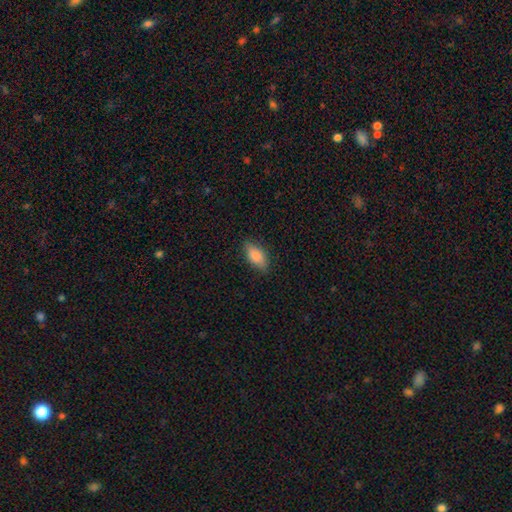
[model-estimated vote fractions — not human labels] This appears to be a smooth galaxy with no disk features (84%) that is in between round and cigar-shaped (87%). Merging: none (82%).